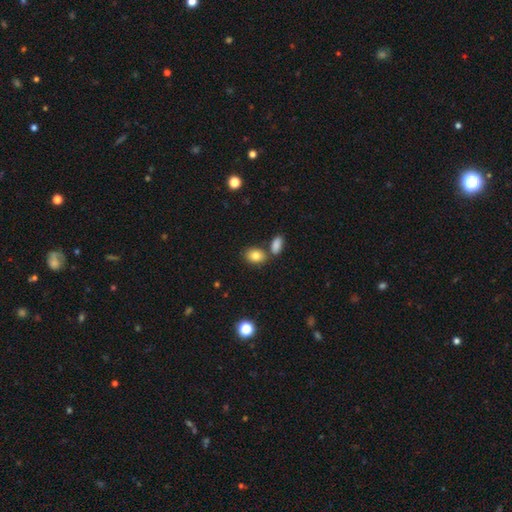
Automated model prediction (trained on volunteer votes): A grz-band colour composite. It shows a smooth galaxy with no disk features (83%) that is in between round and cigar-shaped (75%). Merging: none (66%).